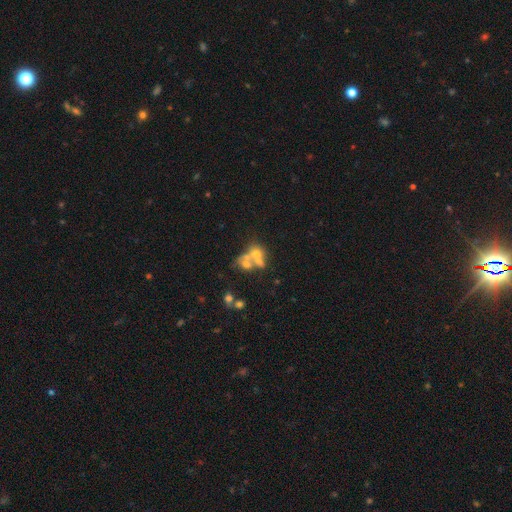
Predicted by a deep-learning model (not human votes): The model was most divided on "smooth or featured": smooth: 45%, featured or disk: 38%, star or artifact: 17%. More confident: merging — merger (58%).